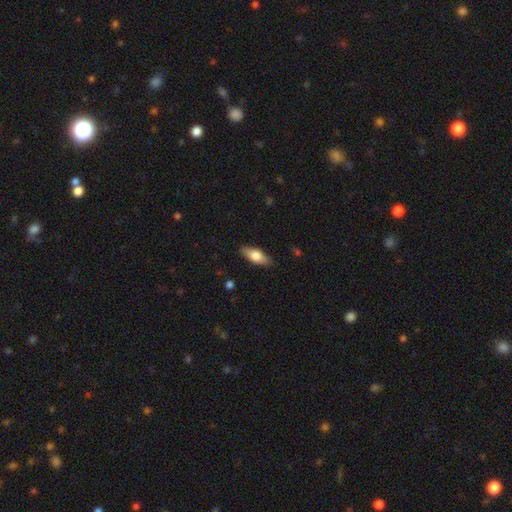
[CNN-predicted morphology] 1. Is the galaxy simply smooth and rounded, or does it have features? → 72% smooth, 22% featured or disk, 6% star or artifact.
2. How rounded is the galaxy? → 74% in between, 24% cigar-shaped, 3% round.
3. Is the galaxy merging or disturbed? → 87% none, 10% minor disturbance, 2% major disturbance, 1% merger.